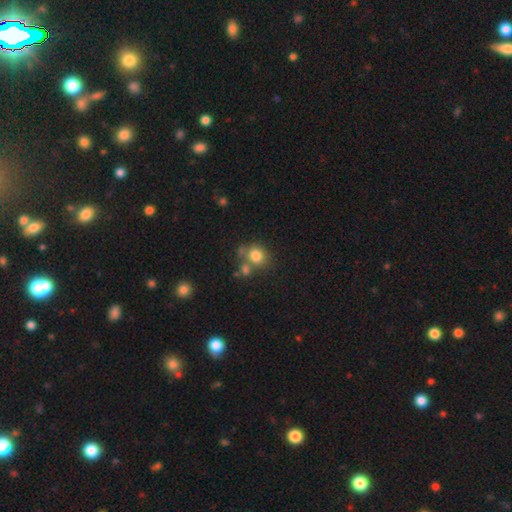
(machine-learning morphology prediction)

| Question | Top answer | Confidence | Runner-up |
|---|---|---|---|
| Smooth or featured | smooth | 79% | star or artifact (11%) |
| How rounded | round | 74% | in between (25%) |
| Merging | none | 58% | merger (24%) |